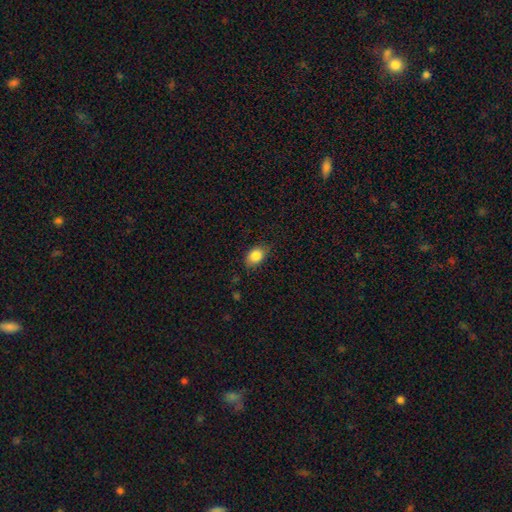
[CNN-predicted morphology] Q: Smooth or featured?
A: smooth (86%); runner-up: star or artifact (8%)
Q: How rounded?
A: in between (75%); runner-up: round (24%)
Q: Merging?
A: none (76%); runner-up: minor disturbance (19%)